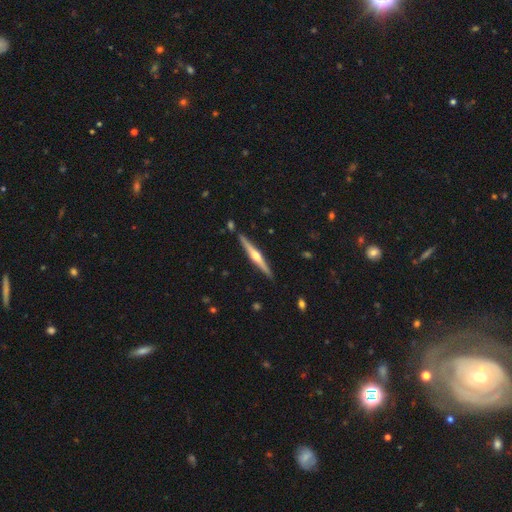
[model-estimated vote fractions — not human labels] smooth_or_featured: featured or disk (p=0.74) [alt: smooth p=0.21]
disk_edge_on: yes (p=0.98) [alt: no p=0.02]
edge_on_bulge: rounded (p=0.92) [alt: none p=0.04]
merging: none (p=0.88) [alt: minor disturbance p=0.08]